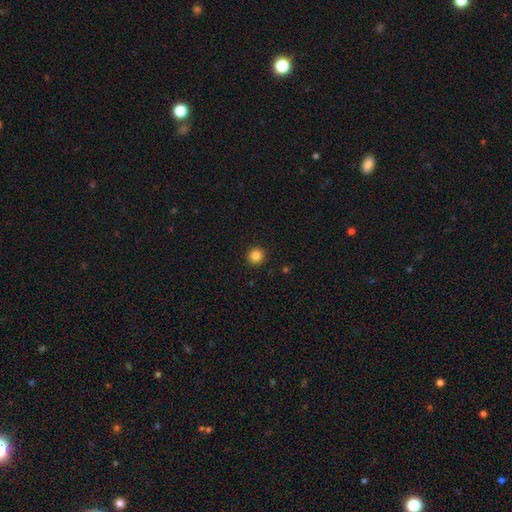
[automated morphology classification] This appears to be a smooth galaxy with no disk features (85%) that is round (95%). Merging: none (93%).